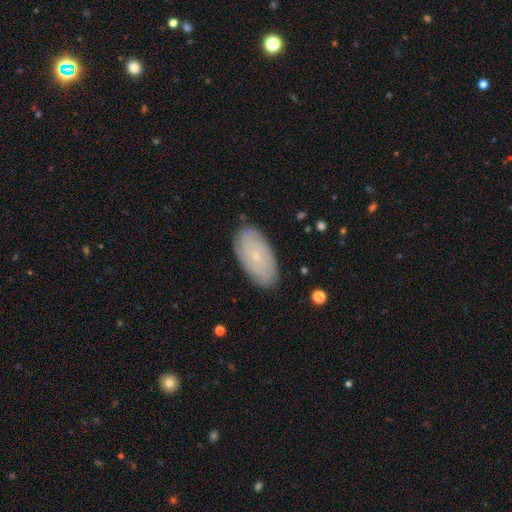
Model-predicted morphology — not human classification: Smooth or featured? Predicted: featured or disk (p=0.49). Merging? Predicted: none (p=0.85).